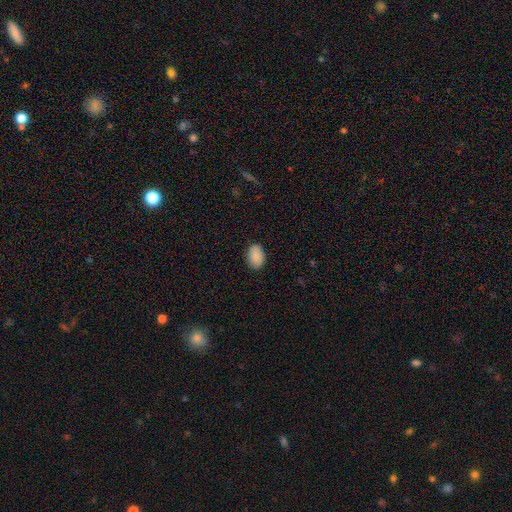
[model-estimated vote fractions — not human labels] This is clearly a smooth galaxy (90%). How rounded: clearly in between (82%). Merging: clearly none (87%).